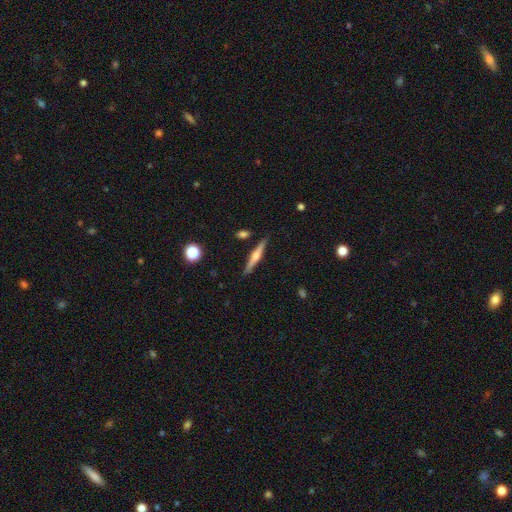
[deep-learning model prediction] Smooth or featured?
  - featured or disk: 63% *
  - smooth: 31%
  - star or artifact: 7%
Edge-on disk?
  - yes: 97% *
  - no: 3%
Edge-on bulge?
  - rounded: 84% *
  - none: 8%
  - boxy: 8%
Merging?
  - none: 87% *
  - minor disturbance: 8%
  - merger: 3%
  - major disturbance: 2%